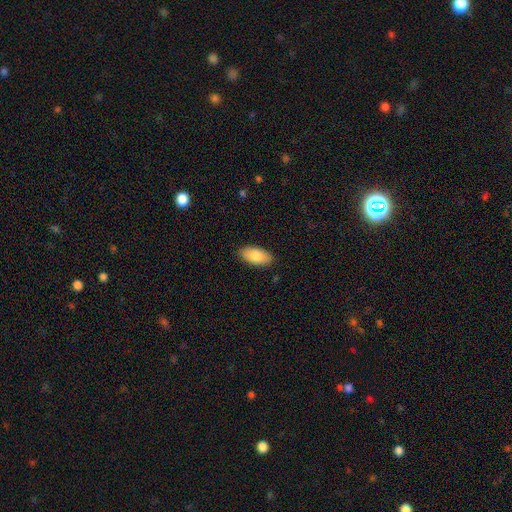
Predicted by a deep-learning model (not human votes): Overall: smooth (82%). How rounded: in between (93%). Merging: none (88%).